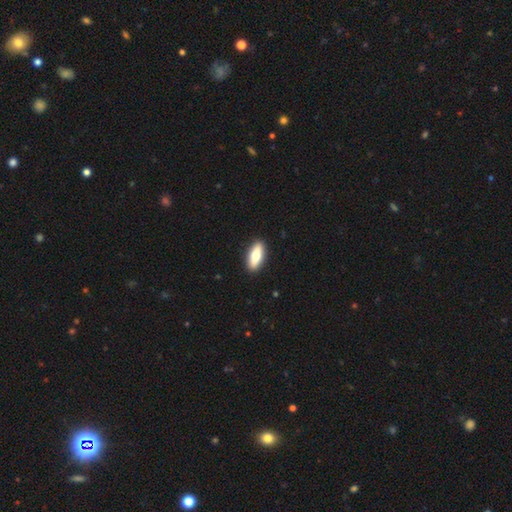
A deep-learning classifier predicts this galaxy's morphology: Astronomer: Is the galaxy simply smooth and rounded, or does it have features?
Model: smooth — 67%.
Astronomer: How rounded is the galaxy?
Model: in between — 71%.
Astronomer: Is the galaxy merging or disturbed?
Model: none — 91%.